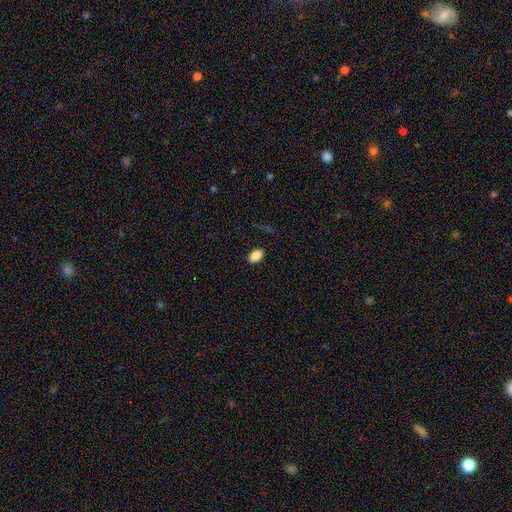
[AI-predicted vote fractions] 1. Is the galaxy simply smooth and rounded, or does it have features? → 86% smooth, 9% star or artifact, 5% featured or disk.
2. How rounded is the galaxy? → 91% in between, 6% round, 2% cigar-shaped.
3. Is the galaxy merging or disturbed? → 87% none, 10% minor disturbance, 2% major disturbance, 1% merger.